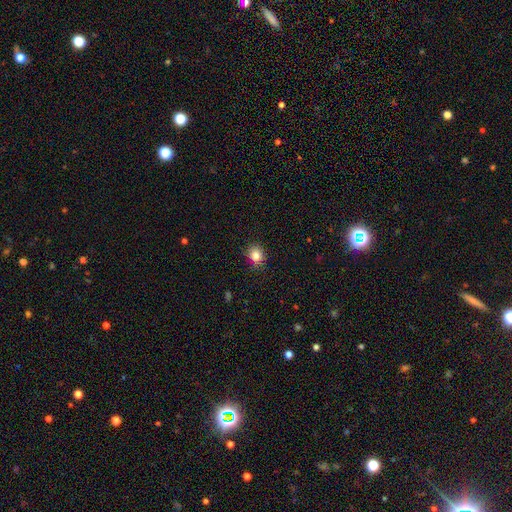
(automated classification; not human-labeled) smooth_or_featured: smooth (p=0.83) [alt: star or artifact p=0.11]
how_rounded: round (p=0.67) [alt: in between p=0.32]
merging: none (p=0.83) [alt: minor disturbance p=0.13]